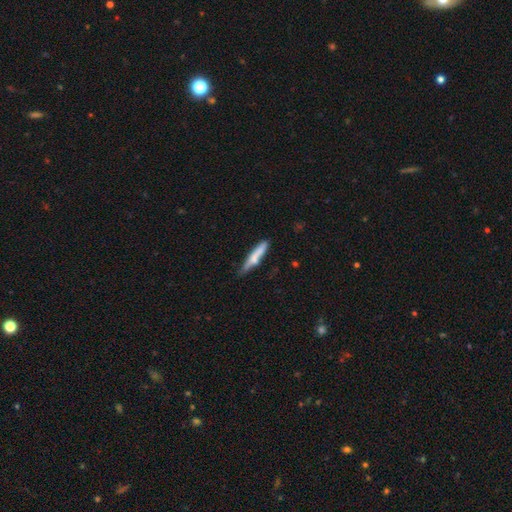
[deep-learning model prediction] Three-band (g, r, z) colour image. It shows a smooth galaxy with no disk features (67%) that is cigar-shaped (89%). Merging: none (58%).